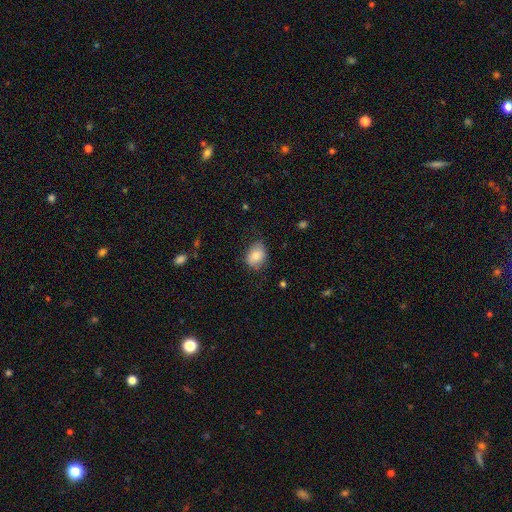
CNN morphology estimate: Smooth or featured?
  - smooth: 79% *
  - featured or disk: 13%
  - star or artifact: 8%
How rounded?
  - in between: 61% *
  - round: 38%
  - cigar-shaped: 1%
Merging?
  - none: 70% *
  - minor disturbance: 23%
  - major disturbance: 5%
  - merger: 1%